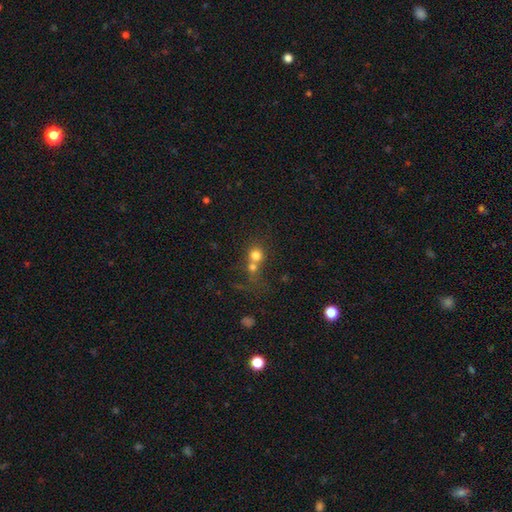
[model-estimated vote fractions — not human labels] Smooth or featured: smooth — 74% (star or artifact — 13%)
How rounded: round — 85% (in between — 14%)
Merging: merger — 56% (none — 34%)